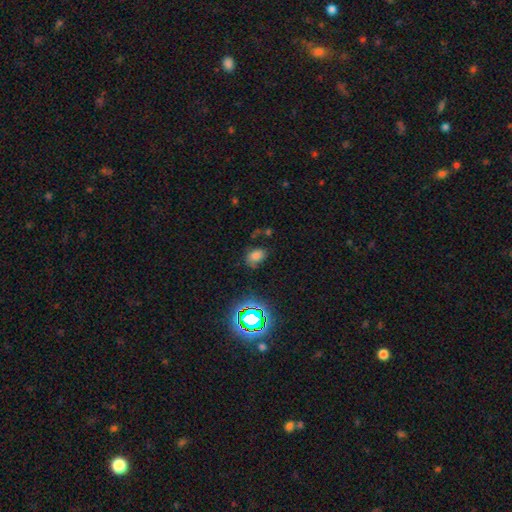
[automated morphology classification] smooth_or_featured: smooth (p=0.67) [alt: star or artifact p=0.23]
how_rounded: in between (p=0.76) [alt: round p=0.23]
merging: none (p=0.66) [alt: minor disturbance p=0.21]